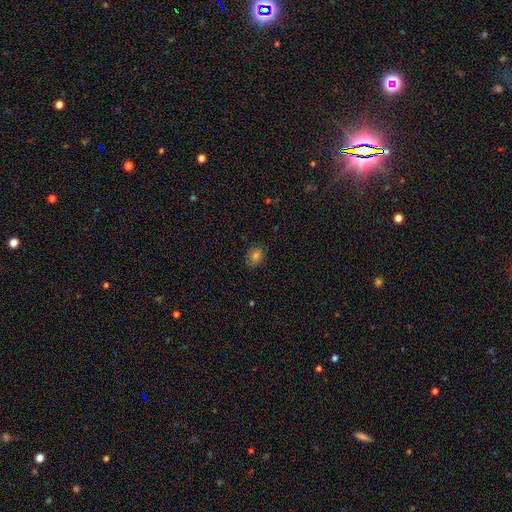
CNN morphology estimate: Smooth or featured? Predicted: smooth (p=0.73). How rounded? Predicted: in between (p=0.56). Merging? Predicted: none (p=0.81).